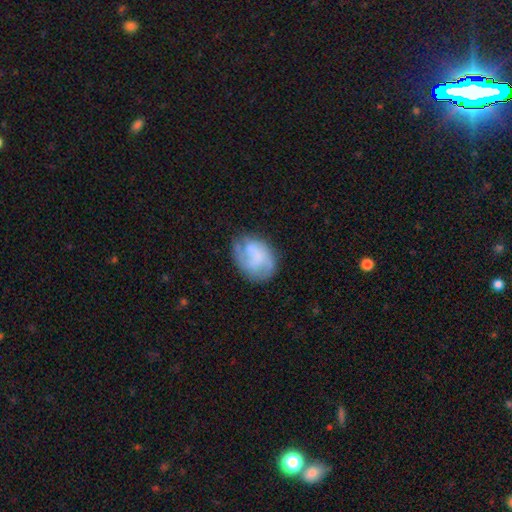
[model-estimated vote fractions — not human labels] Morphology: type=featured or disk (48%); merging=none (54%).